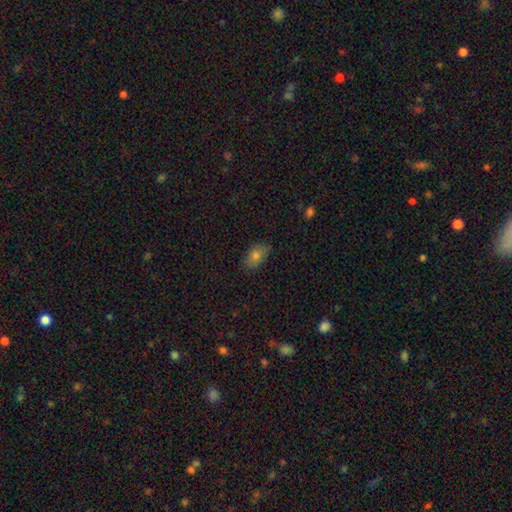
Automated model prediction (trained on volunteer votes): smooth-or-featured: smooth: 75% | featured or disk: 13% | star or artifact: 12%
  how-rounded: in between: 86% | round: 11% | cigar-shaped: 3%
  merging: none: 80% | minor disturbance: 16% | major disturbance: 3% | merger: 1%